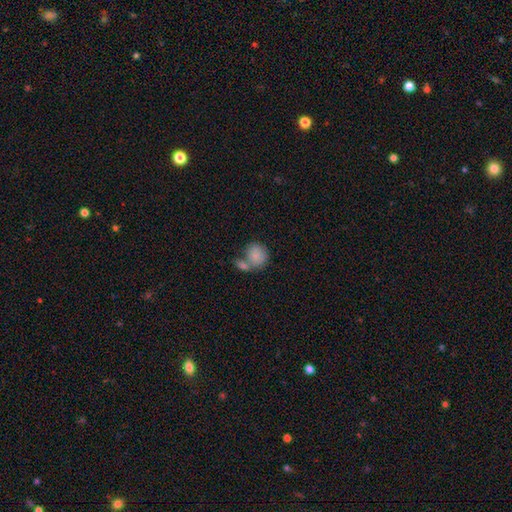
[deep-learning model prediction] Q: Smooth or featured?
A: smooth (83%); runner-up: featured or disk (10%)
Q: How rounded?
A: round (71%); runner-up: in between (28%)
Q: Merging?
A: merger (48%); runner-up: none (35%)